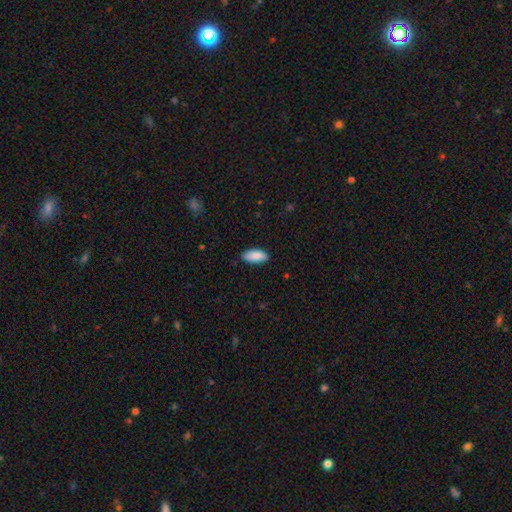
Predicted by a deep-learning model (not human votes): Smooth or featured? Predicted: smooth (p=0.88). How rounded? Predicted: in between (p=0.89). Merging? Predicted: none (p=0.84).